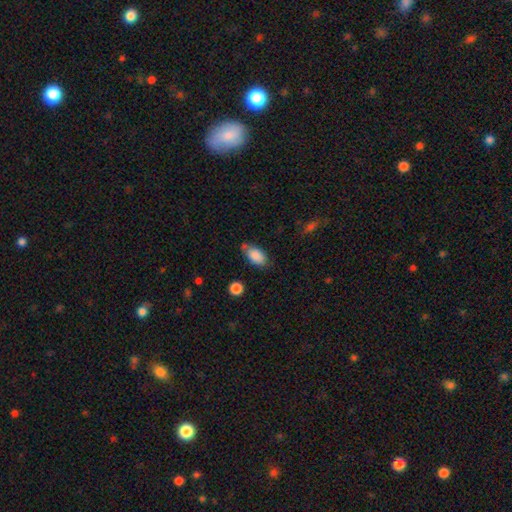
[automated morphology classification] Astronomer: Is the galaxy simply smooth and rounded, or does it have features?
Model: smooth — 85%.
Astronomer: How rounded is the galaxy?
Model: in between — 92%.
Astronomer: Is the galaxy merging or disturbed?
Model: none — 64%.